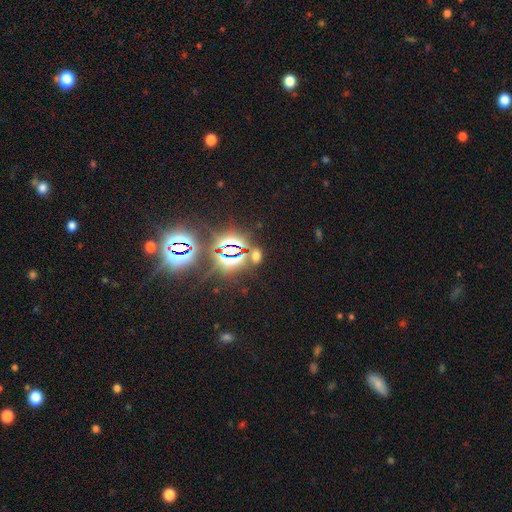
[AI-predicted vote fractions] Morphology: type=star or artifact (60%).